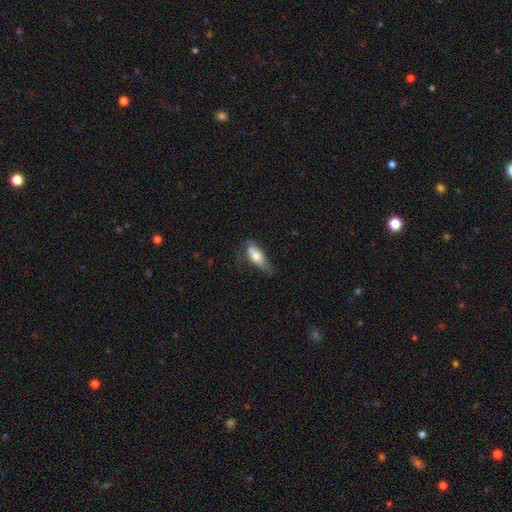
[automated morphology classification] A smooth galaxy with no disk features (62%) that is in between round and cigar-shaped (70%).

Vote fractions:
- Smooth or featured? smooth: 62% / featured or disk: 30% / star or artifact: 7%
- How rounded? in between: 70% / cigar-shaped: 26% / round: 4%
- Merging? none: 36% / minor disturbance: 33% / major disturbance: 21% / merger: 10%